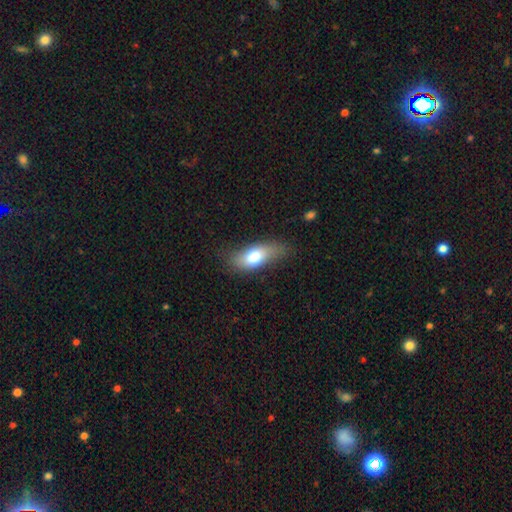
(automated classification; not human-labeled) Smooth or featured: smooth — 72% (featured or disk — 21%)
How rounded: in between — 81% (cigar-shaped — 15%)
Merging: none — 66% (minor disturbance — 25%)